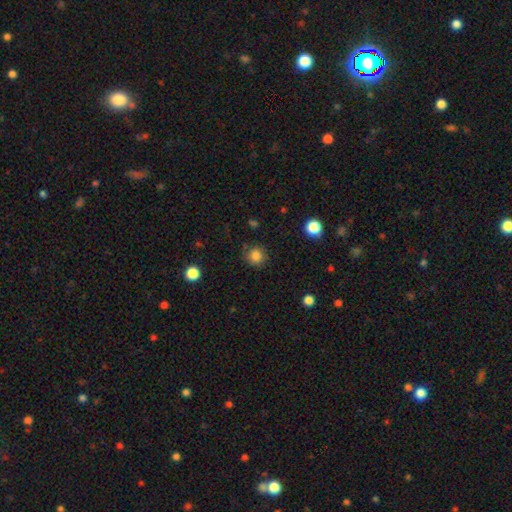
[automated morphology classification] Smooth or featured? Predicted: smooth (p=0.84). How rounded? Predicted: round (p=0.88). Merging? Predicted: none (p=0.83).